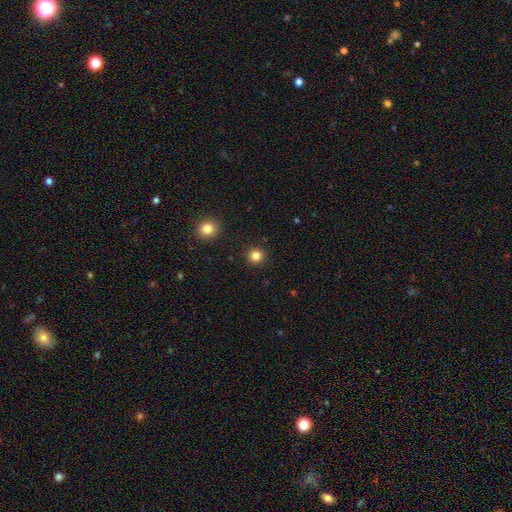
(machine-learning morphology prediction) This is clearly a smooth galaxy (83%). How rounded: clearly round (94%). Merging: clearly none (92%).